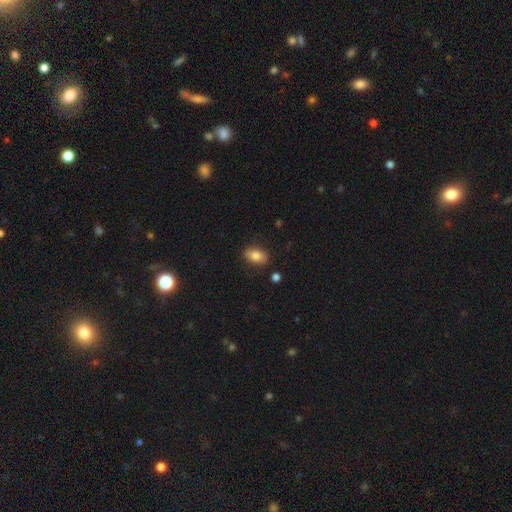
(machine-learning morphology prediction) smooth 82%, featured or disk 10%, star or artifact 8%. Down the decision tree: how rounded — in between (88%); merging — none (84%).